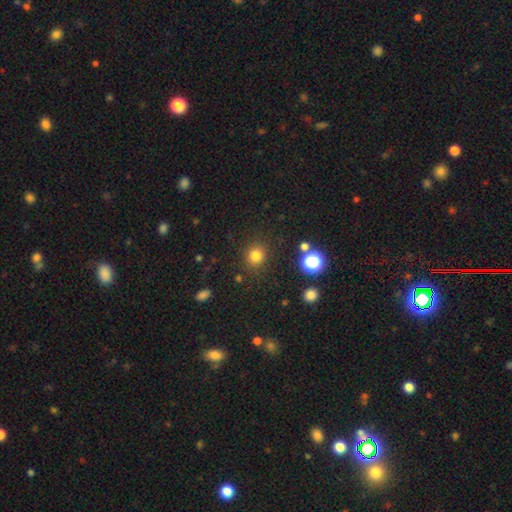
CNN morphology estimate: type=smooth (80%); roundness=round (86%); merging=none (87%).